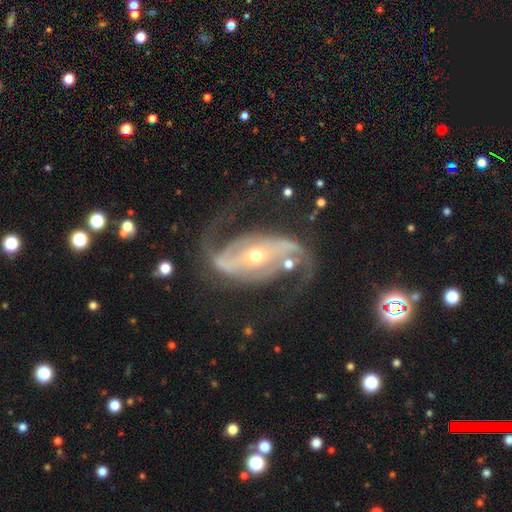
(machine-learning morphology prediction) The model was most divided on "spiral winding": medium: 45%, loose: 43%, tight: 12%. More confident: spiral arms — yes (97%); edge-on disk — no (97%); spiral arm count — 2 (93%); smooth or featured — featured or disk (91%); merging — none (70%); bar — strong (51%); bulge size — moderate (51%).